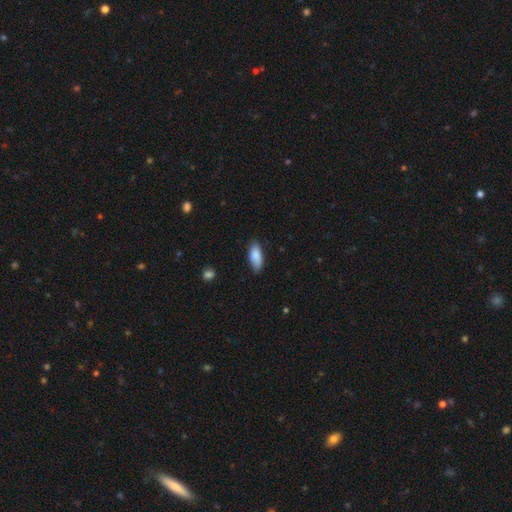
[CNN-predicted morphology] Overall: smooth (86%). How rounded: in between (82%). Merging: none (78%).